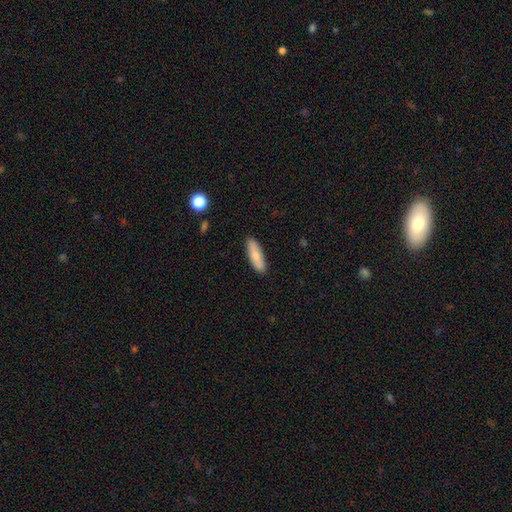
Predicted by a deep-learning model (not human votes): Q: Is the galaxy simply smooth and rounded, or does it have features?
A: smooth — 80%.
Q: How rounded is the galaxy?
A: cigar-shaped — 61%.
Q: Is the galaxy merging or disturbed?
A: none — 88%.